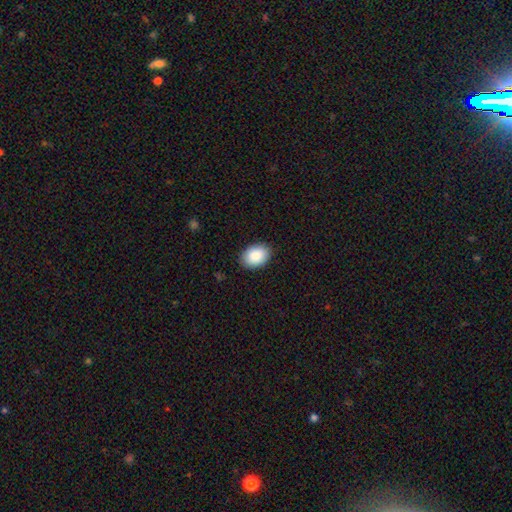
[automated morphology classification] A smooth galaxy with no disk features (89%) that is in between round and cigar-shaped (80%).

Vote fractions:
- Smooth or featured? smooth: 89% / star or artifact: 7% / featured or disk: 5%
- How rounded? in between: 80% / round: 19% / cigar-shaped: 1%
- Merging? none: 88% / minor disturbance: 9% / major disturbance: 2% / merger: 1%